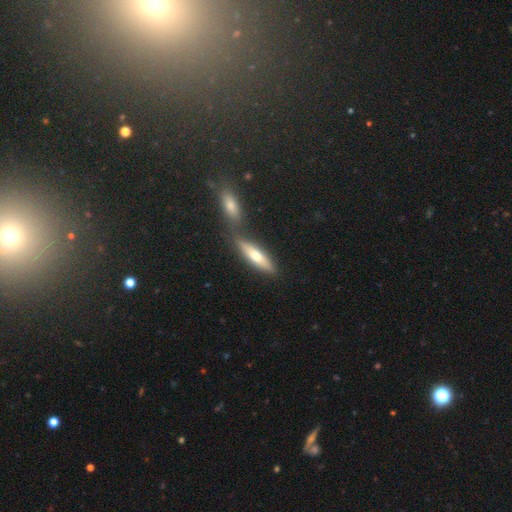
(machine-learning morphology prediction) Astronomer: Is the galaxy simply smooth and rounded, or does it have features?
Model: smooth — 58% (runner-up: featured or disk, 35%).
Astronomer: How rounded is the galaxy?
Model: cigar-shaped — 63%.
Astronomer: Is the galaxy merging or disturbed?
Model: none — 58%.